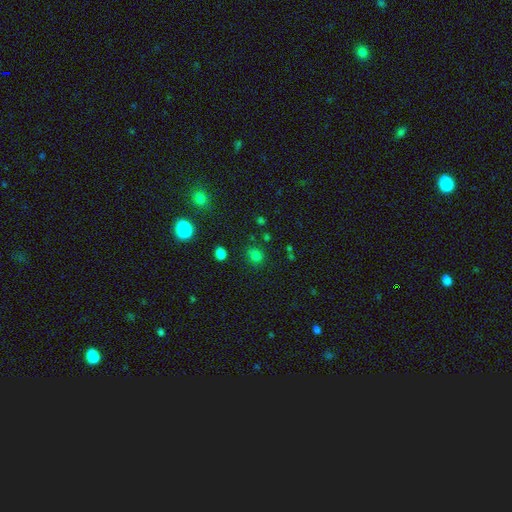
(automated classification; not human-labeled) Smooth or featured?
  - smooth: 75% *
  - star or artifact: 20%
  - featured or disk: 5%
How rounded?
  - round: 61% *
  - in between: 38%
  - cigar-shaped: 1%
Merging?
  - none: 79% *
  - minor disturbance: 13%
  - major disturbance: 4%
  - merger: 4%